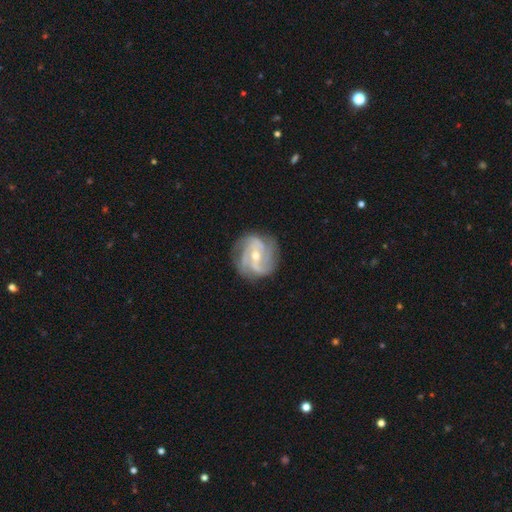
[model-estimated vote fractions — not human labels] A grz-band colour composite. It shows a featured or disk galaxy (88%) with a weak bar (41%), 3 (45%) medium (47%) spiral arms (97%) and a moderate central bulge (52%). Merging: none (76%).